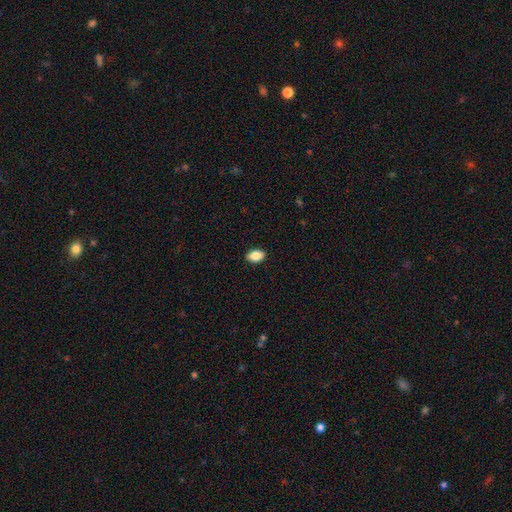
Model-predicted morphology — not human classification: Overall: smooth (87%). How rounded: in between (89%). Merging: none (90%).